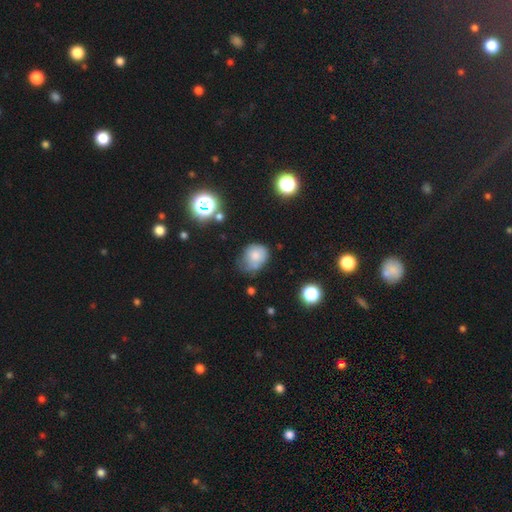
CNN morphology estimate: Q: Smooth or featured?
A: smooth (72%); runner-up: featured or disk (16%)
Q: How rounded?
A: round (54%); runner-up: in between (45%)
Q: Merging?
A: none (42%); runner-up: minor disturbance (38%)